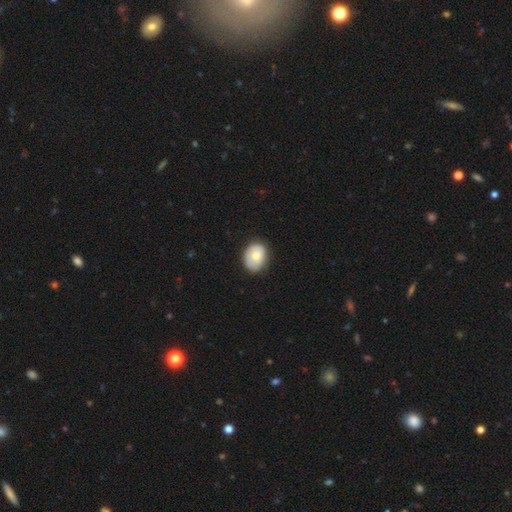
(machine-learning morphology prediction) type=smooth (70%); roundness=in between (61%); merging=none (76%).